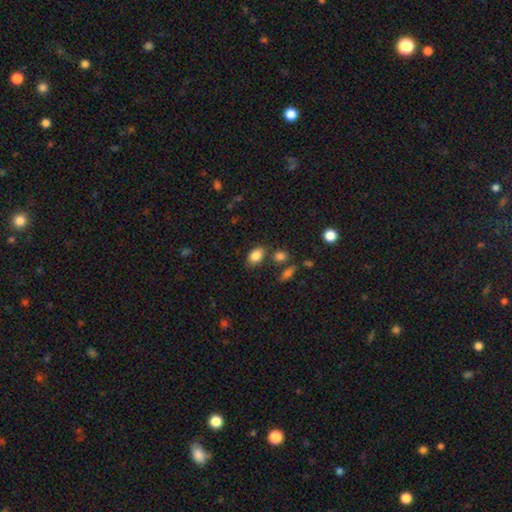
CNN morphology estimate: This appears to be a smooth galaxy with no disk features (86%) that is in between round and cigar-shaped (83%). Merging: none (74%).